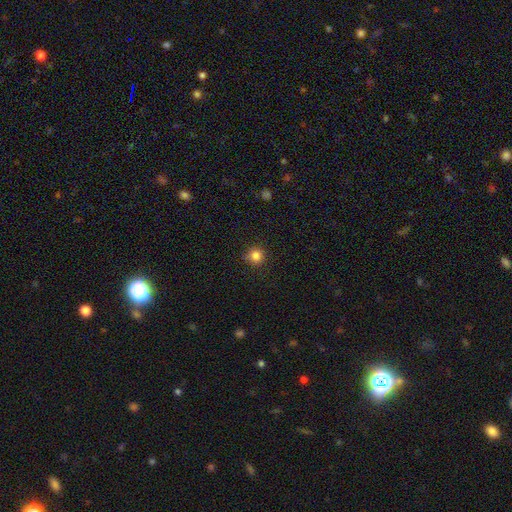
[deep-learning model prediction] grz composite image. It shows a smooth galaxy with no disk features (84%) that is round (95%). Merging: none (89%).